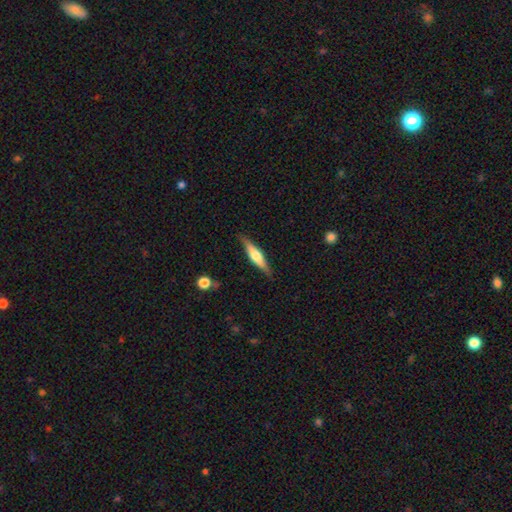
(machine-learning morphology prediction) This is possibly a featured or disk galaxy (53%). It is clearly viewed edge-on (95%). Edge-on bulge: clearly rounded (84%). Merging: clearly none (86%).